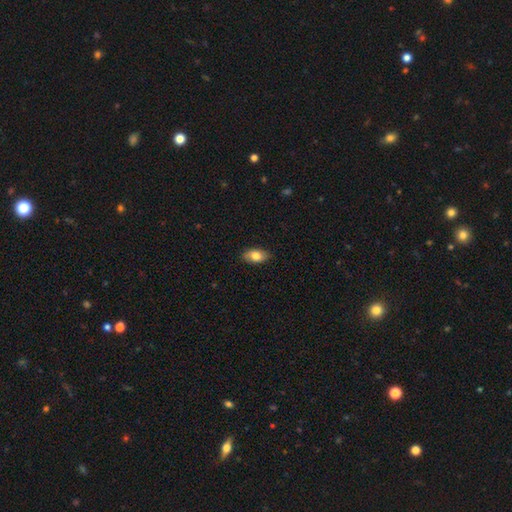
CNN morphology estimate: A smooth galaxy with no disk features (80%) that is in between round and cigar-shaped (92%). Merging: none (88%).